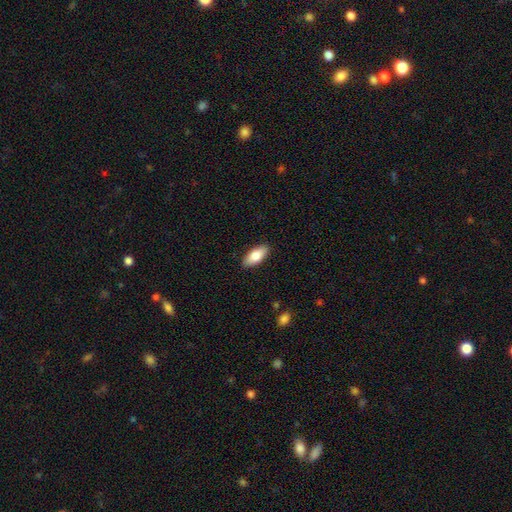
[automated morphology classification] This appears to be a smooth galaxy with no disk features (81%) that is in between round and cigar-shaped (84%). Merging: none (88%).